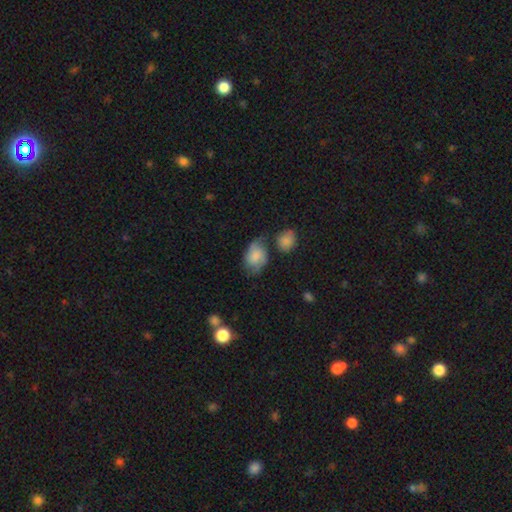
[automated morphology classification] smooth-or-featured: smooth: 59% | featured or disk: 33% | star or artifact: 8%
  how-rounded: in between: 74% | round: 24% | cigar-shaped: 1%
  merging: none: 45% | minor disturbance: 28% | major disturbance: 14% | merger: 13%